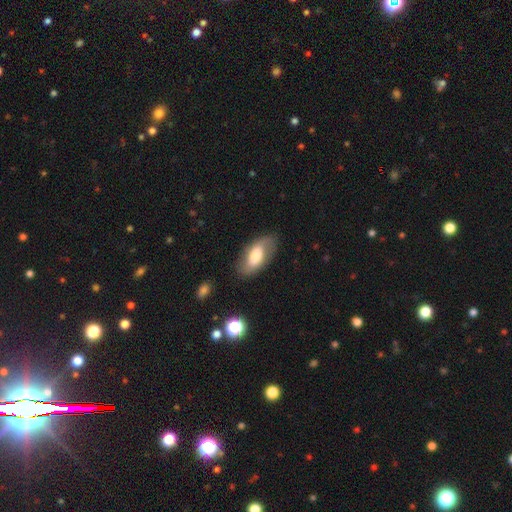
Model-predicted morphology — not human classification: A smooth galaxy with no disk features (51%) that is in between round and cigar-shaped (90%). Merging: none (78%).